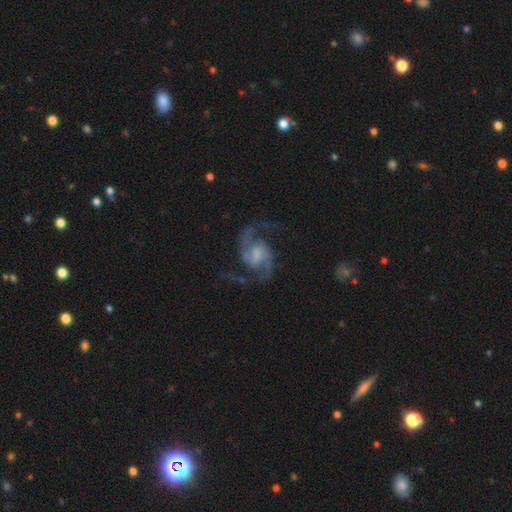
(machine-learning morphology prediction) A featured or disk galaxy (92%) with a weak bar (53%), 2 (93%) medium (61%) spiral arms (98%) and no central bulge (31%).

Vote fractions:
- Smooth or featured? featured or disk: 92% / star or artifact: 5% / smooth: 3%
- Edge-on disk? no: 98% / yes: 2%
- Bar? weak: 53% / no: 30% / strong: 17%
- Spiral arms? yes: 98% / no: 2%
- Spiral winding? medium: 61% / loose: 25% / tight: 14%
- Spiral arm count? 2: 93% / 3: 2% / can't tell: 2% / 1: 1% / 4: 1% / more than 4: 1%
- Bulge size? none: 31% / small: 30% / moderate: 29% / large: 9% / dominant: 1%
- Merging? none: 77% / minor disturbance: 14% / major disturbance: 8% / merger: 2%